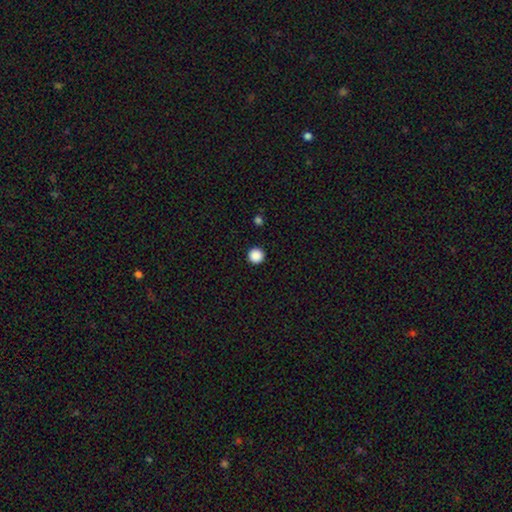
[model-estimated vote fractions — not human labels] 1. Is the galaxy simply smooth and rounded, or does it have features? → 88% smooth, 10% star or artifact, 2% featured or disk.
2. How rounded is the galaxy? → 96% round, 3% in between, 1% cigar-shaped.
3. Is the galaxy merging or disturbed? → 93% none, 4% minor disturbance, 2% major disturbance, 1% merger.